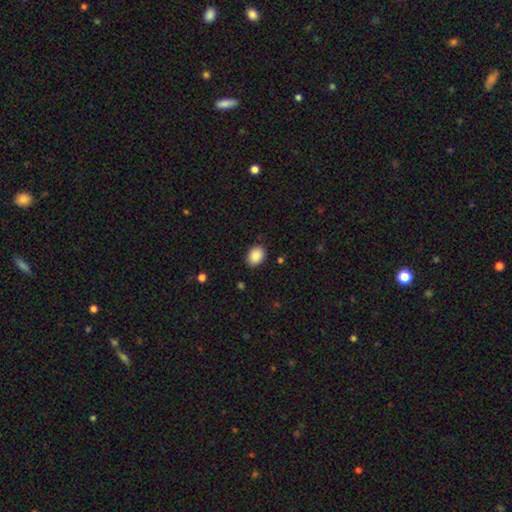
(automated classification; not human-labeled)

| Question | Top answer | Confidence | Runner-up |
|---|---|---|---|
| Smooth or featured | smooth | 89% | star or artifact (8%) |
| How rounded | in between | 68% | round (31%) |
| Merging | none | 87% | minor disturbance (9%) |